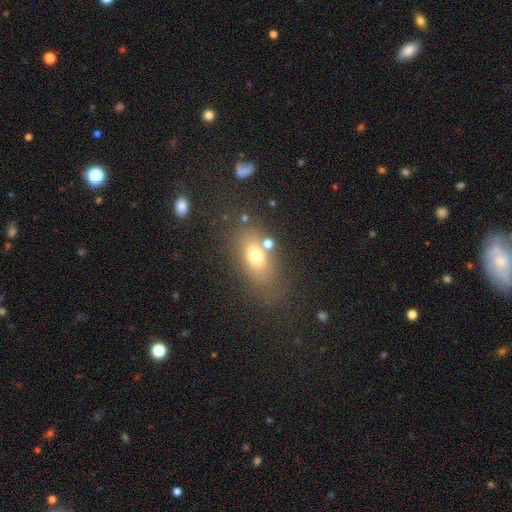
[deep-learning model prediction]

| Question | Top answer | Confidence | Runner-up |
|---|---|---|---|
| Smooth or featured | smooth | 66% | featured or disk (19%) |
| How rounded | in between | 73% | round (22%) |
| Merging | none | 67% | minor disturbance (14%) |